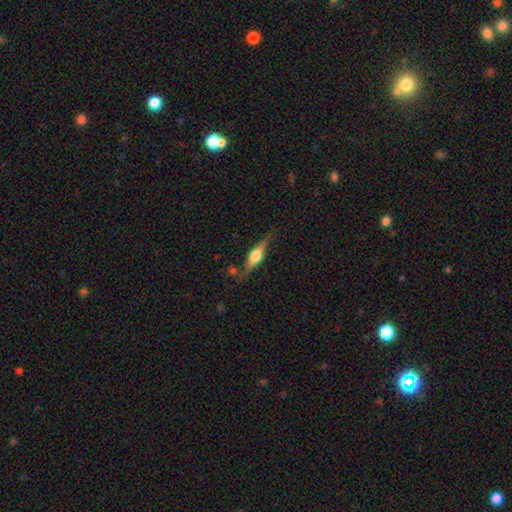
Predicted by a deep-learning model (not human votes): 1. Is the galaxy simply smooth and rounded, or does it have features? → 67% featured or disk, 27% smooth, 6% star or artifact.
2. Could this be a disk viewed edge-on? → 93% yes, 7% no.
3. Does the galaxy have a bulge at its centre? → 92% rounded, 7% boxy, 2% none.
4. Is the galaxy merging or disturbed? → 73% none, 18% minor disturbance, 5% major disturbance, 4% merger.